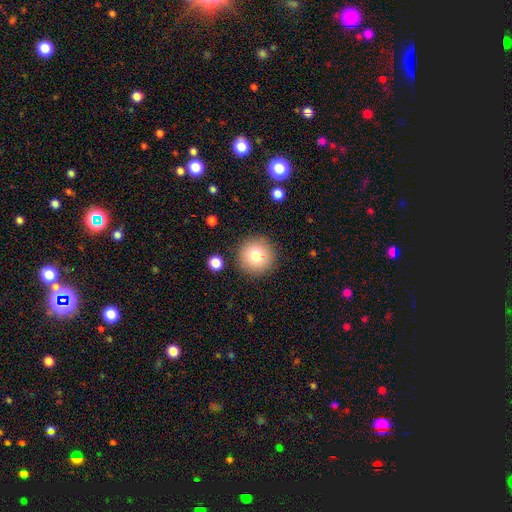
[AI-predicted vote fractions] smooth_or_featured: smooth (p=0.78) [alt: featured or disk p=0.11]
how_rounded: round (p=0.96) [alt: in between p=0.03]
merging: none (p=0.89) [alt: minor disturbance p=0.06]